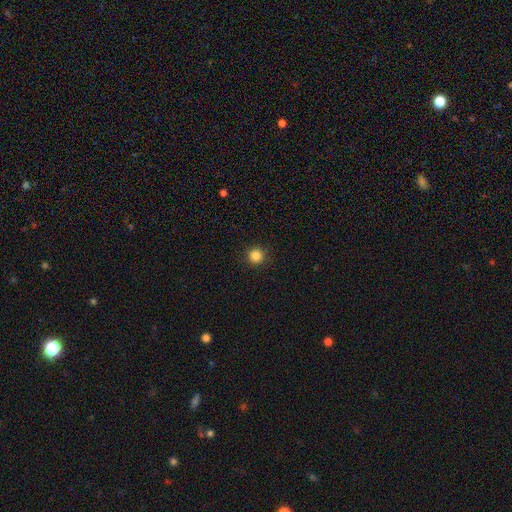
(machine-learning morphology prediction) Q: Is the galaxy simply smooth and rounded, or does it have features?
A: smooth — 85%.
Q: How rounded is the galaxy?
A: round — 95%.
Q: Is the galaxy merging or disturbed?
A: none — 92%.